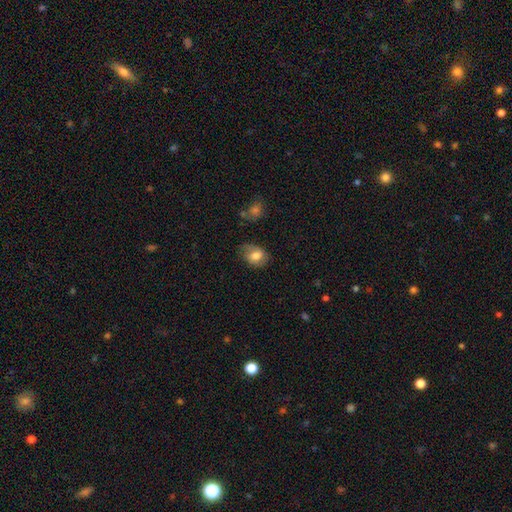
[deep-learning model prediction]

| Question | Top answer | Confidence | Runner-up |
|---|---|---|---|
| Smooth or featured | smooth | 69% | featured or disk (24%) |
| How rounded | in between | 71% | round (28%) |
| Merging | none | 68% | minor disturbance (23%) |